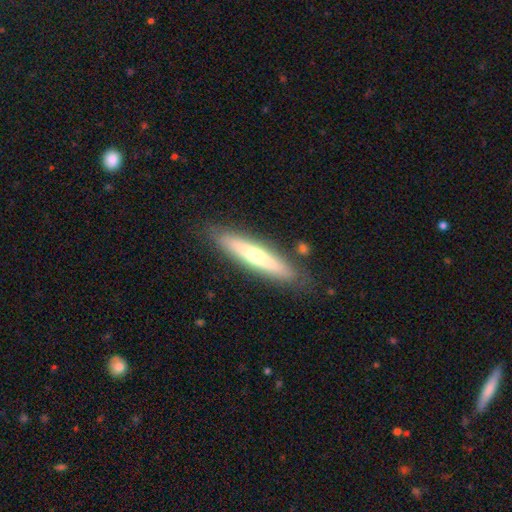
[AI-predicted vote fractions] smooth-or-featured: featured or disk: 48% | smooth: 46% | star or artifact: 6%
  merging: none: 85% | minor disturbance: 10% | major disturbance: 2% | merger: 2%